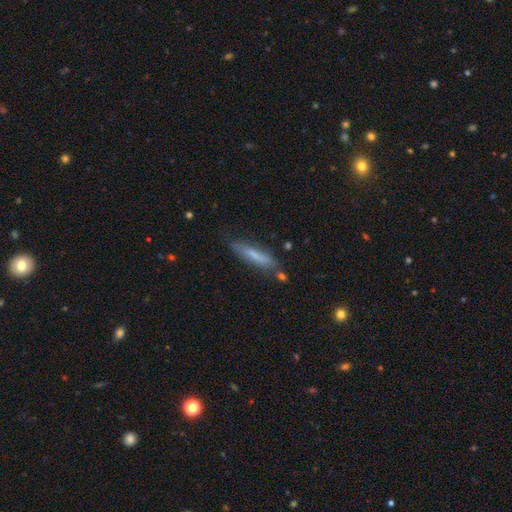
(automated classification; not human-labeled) A smooth galaxy with no disk features (63%) that is cigar-shaped (86%).

Vote fractions:
- Smooth or featured? smooth: 63% / featured or disk: 29% / star or artifact: 7%
- How rounded? cigar-shaped: 86% / in between: 12% / round: 2%
- Merging? none: 73% / minor disturbance: 18% / merger: 4% / major disturbance: 4%